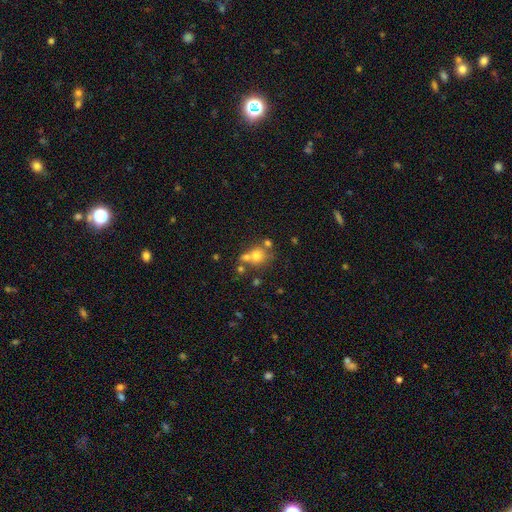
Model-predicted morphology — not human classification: Q: Smooth or featured?
A: smooth (72%); runner-up: featured or disk (14%)
Q: How rounded?
A: round (80%); runner-up: in between (19%)
Q: Merging?
A: none (48%); runner-up: merger (35%)